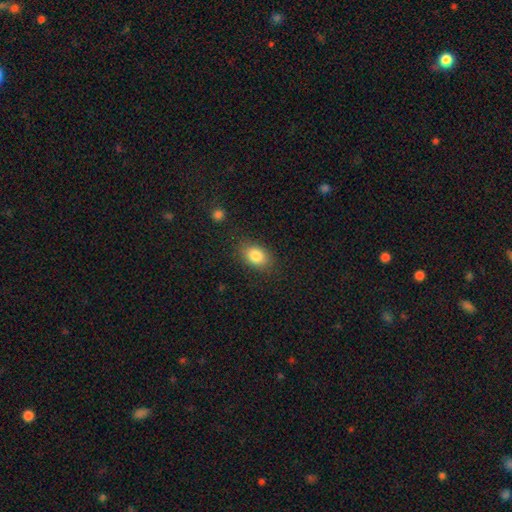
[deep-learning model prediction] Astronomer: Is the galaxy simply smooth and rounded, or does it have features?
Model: smooth — 84%.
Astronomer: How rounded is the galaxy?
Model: in between — 80%.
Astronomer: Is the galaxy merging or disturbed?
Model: none — 83%.